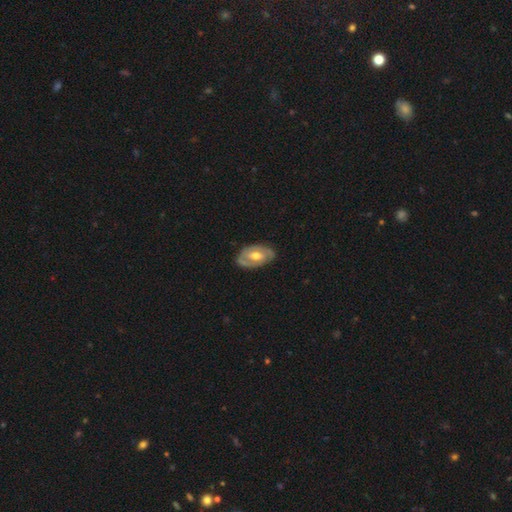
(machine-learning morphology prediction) type=featured or disk (68%); edge-on=no (93%); bar=no (44%); spiral arms=yes (63%); bulge=moderate (73%); merging=none (80%).